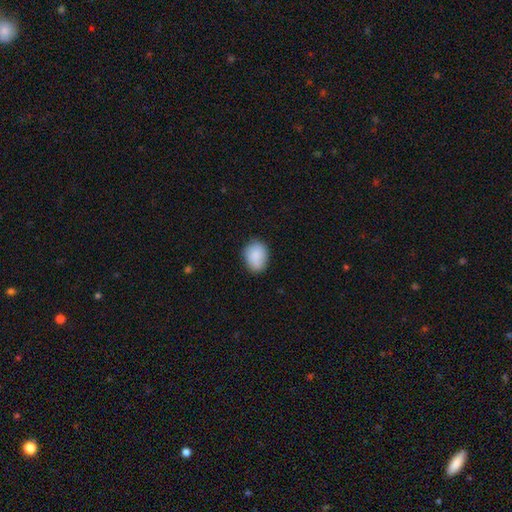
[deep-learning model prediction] This appears to be a smooth galaxy with no disk features (88%) that is in between round and cigar-shaped (59%). Merging: none (78%).